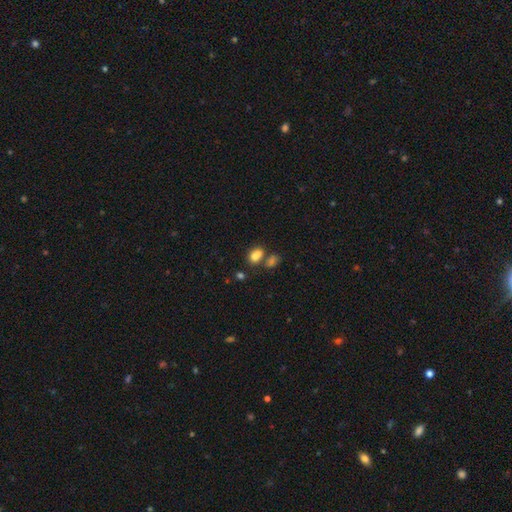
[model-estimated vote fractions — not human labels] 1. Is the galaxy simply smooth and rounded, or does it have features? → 79% smooth, 12% star or artifact, 9% featured or disk.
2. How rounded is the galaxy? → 72% in between, 27% round, 2% cigar-shaped.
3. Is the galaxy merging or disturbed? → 41% none (tied), 41% merger (tied), 12% minor disturbance, 6% major disturbance.